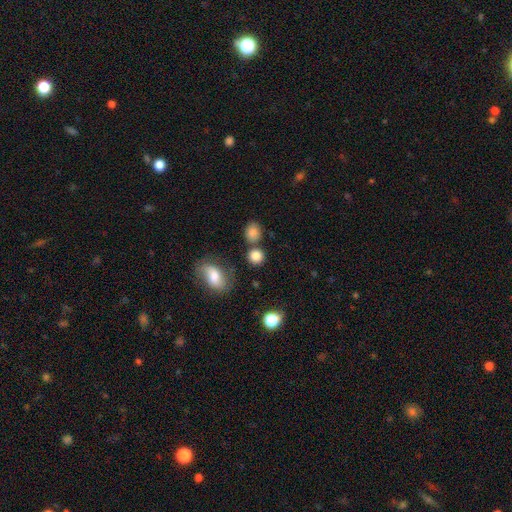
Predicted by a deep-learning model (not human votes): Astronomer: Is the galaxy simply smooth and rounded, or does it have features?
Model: smooth — 83%.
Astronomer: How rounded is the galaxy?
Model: round — 81%.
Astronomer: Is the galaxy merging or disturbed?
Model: none — 73%.